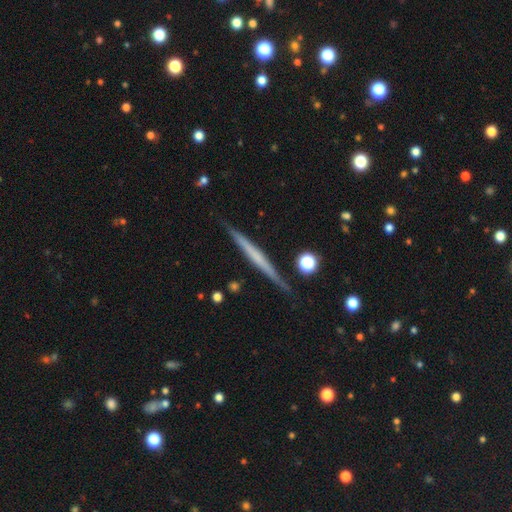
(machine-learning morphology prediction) Q: Smooth or featured?
A: featured or disk (61%); runner-up: smooth (33%)
Q: Edge-on disk?
A: yes (98%); runner-up: no (2%)
Q: Edge-on bulge?
A: none (78%); runner-up: rounded (14%)
Q: Merging?
A: none (89%); runner-up: minor disturbance (8%)